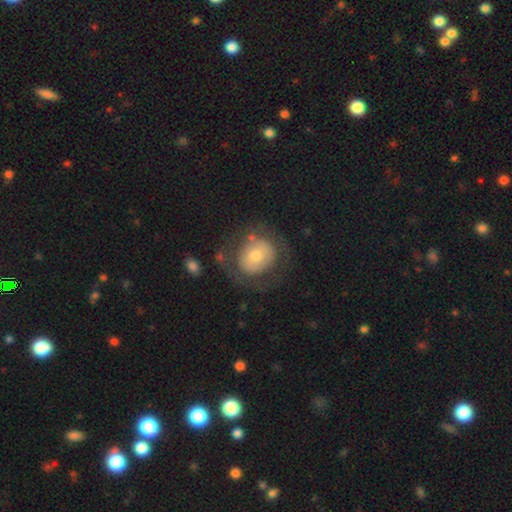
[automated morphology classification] Smooth or featured?
  - smooth: 52% *
  - featured or disk: 41%
  - star or artifact: 7%
How rounded?
  - round: 75% *
  - in between: 24%
  - cigar-shaped: 1%
Merging?
  - none: 61% *
  - minor disturbance: 19%
  - major disturbance: 17%
  - merger: 4%